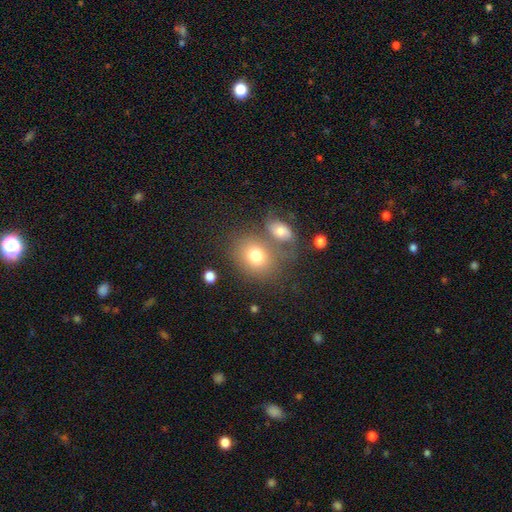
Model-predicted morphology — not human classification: Overall: smooth (75%). How rounded: round (54%; in between 45%). Merging: none (55%; merger 25%).